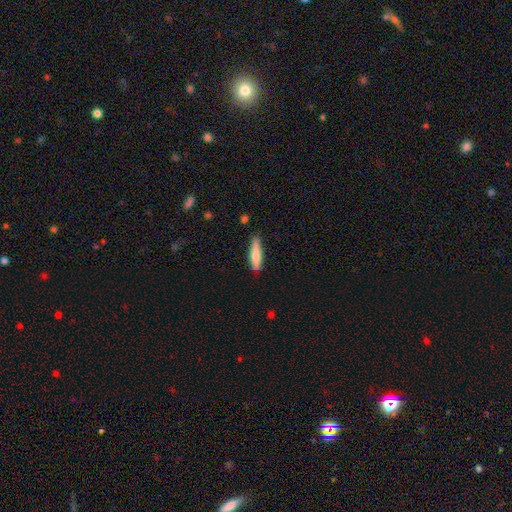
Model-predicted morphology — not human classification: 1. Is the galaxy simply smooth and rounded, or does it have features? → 75% smooth, 19% featured or disk, 6% star or artifact.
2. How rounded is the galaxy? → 78% cigar-shaped, 20% in between, 2% round.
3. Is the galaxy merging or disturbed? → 79% none, 16% minor disturbance, 3% major disturbance, 2% merger.